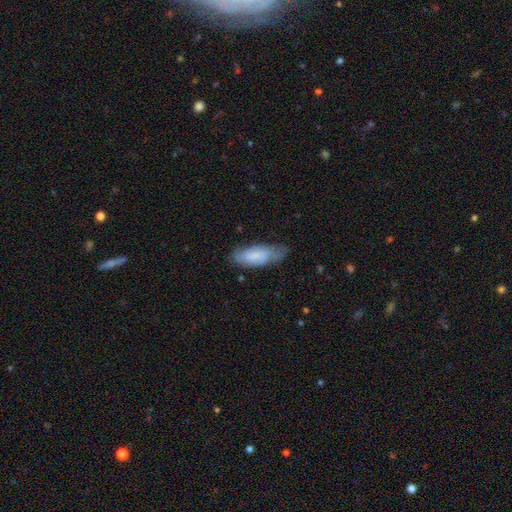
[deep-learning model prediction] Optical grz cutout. It shows a smooth galaxy with no disk features (64%) that is in between round and cigar-shaped (70%). Merging: none (59%).